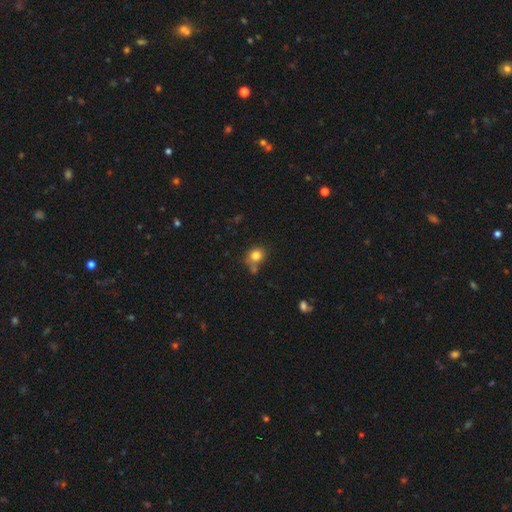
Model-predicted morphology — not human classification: Smooth or featured? Predicted: smooth (p=0.81). How rounded? Predicted: round (p=0.78). Merging? Predicted: none (p=0.60).